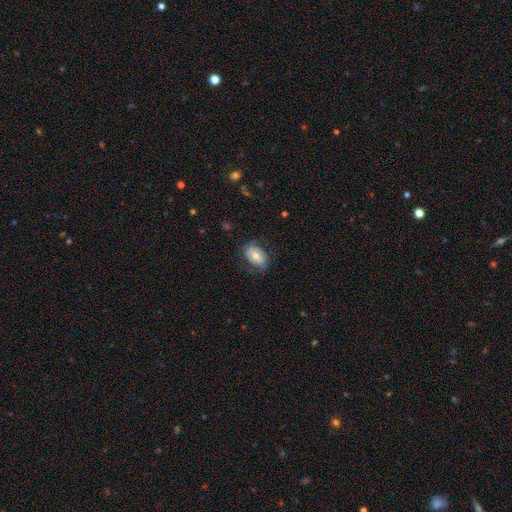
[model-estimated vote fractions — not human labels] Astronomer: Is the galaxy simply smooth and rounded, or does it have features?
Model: smooth — 58% (runner-up: featured or disk, 34%).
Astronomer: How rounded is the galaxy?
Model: in between — 85%.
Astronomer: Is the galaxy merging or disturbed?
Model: none — 69%.